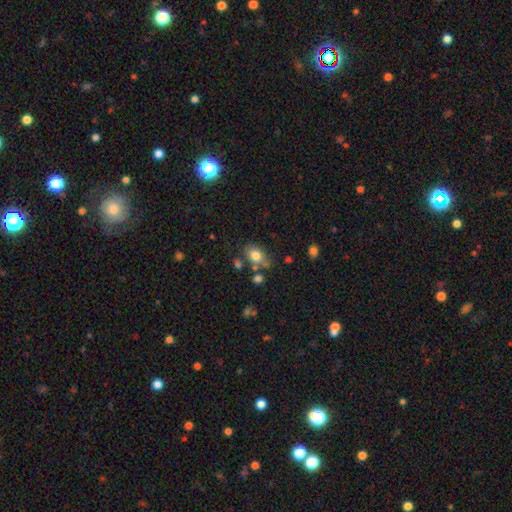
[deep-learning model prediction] The model was most divided on "how rounded": in between: 70%, round: 28%, cigar-shaped: 1%. More confident: smooth or featured — smooth (79%); merging — none (62%).